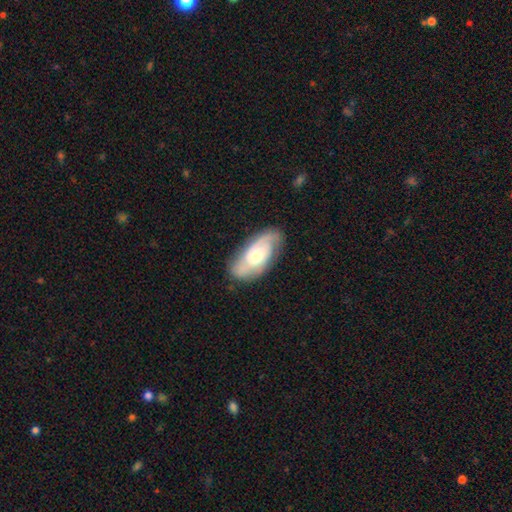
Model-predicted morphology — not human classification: A featured or disk galaxy (72%) with no bar (57%), 2 (63%) tight (46%) spiral arms (91%) and a moderate central bulge (53%).

Vote fractions:
- Smooth or featured? featured or disk: 72% / smooth: 23% / star or artifact: 6%
- Edge-on disk? no: 93% / yes: 7%
- Bar? no: 57% / weak: 35% / strong: 8%
- Spiral arms? yes: 91% / no: 9%
- Spiral winding? tight: 46% / medium: 41% / loose: 14%
- Spiral arm count? 2: 63% / can't tell: 19% / 3: 8% / 1: 6% / 4: 2% / more than 4: 2%
- Bulge size? moderate: 53% / small: 28% / large: 14% / none: 3% / dominant: 2%
- Merging? none: 76% / minor disturbance: 18% / major disturbance: 5% / merger: 2%